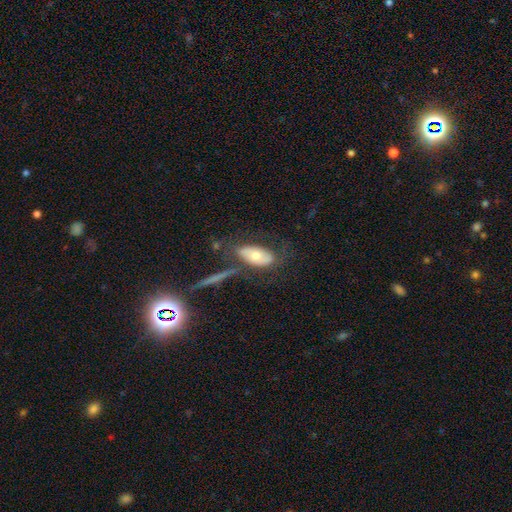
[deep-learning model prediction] Smooth or featured: smooth — 54% (featured or disk — 37%)
How rounded: in between — 88% (cigar-shaped — 8%)
Merging: none — 52% (minor disturbance — 20%)